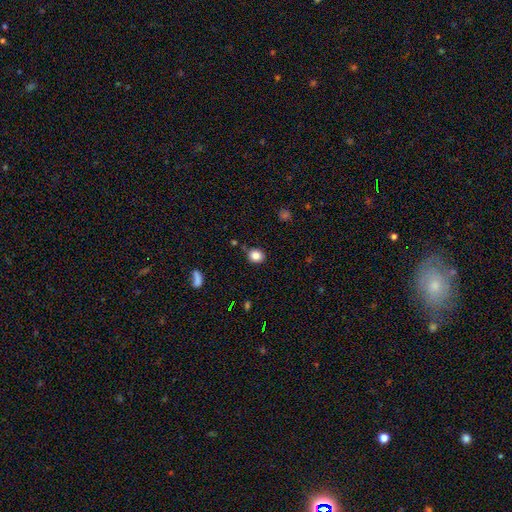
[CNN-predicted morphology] Smooth or featured?
  - smooth: 83% *
  - star or artifact: 11%
  - featured or disk: 6%
How rounded?
  - round: 70% *
  - in between: 29%
  - cigar-shaped: 1%
Merging?
  - none: 82% *
  - minor disturbance: 13%
  - merger: 3%
  - major disturbance: 3%